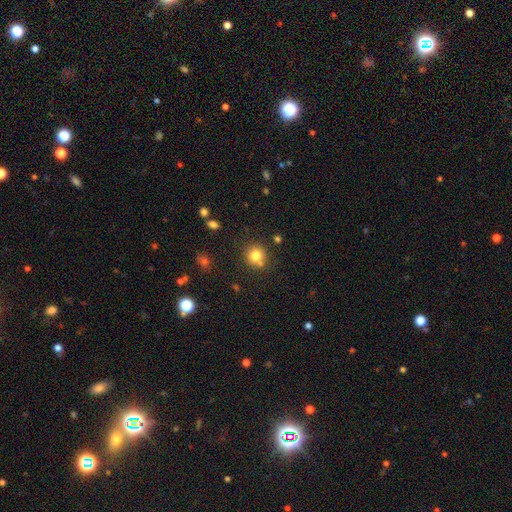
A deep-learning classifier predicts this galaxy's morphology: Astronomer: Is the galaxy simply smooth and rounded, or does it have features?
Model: smooth — 79%.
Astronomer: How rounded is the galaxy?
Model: round — 91%.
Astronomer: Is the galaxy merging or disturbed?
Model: none — 73%.